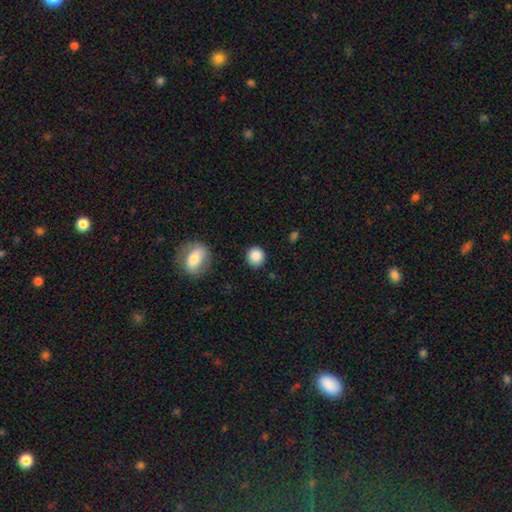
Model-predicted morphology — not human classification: Smooth or featured? smooth (87%)
How rounded? round (89%)
Merging? none (88%)